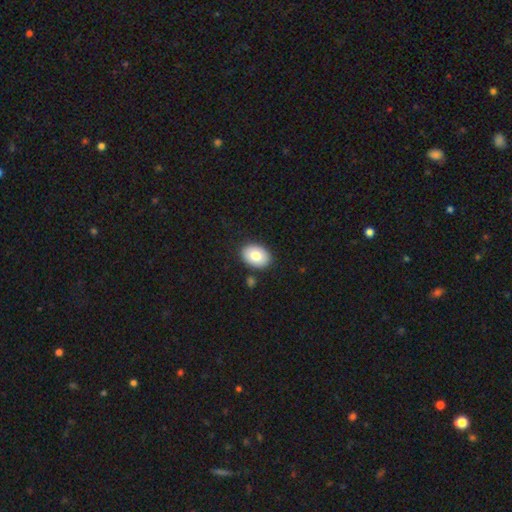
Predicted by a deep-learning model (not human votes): This is likely a smooth galaxy (77%). How rounded: likely in between (75%). Merging: clearly none (86%).